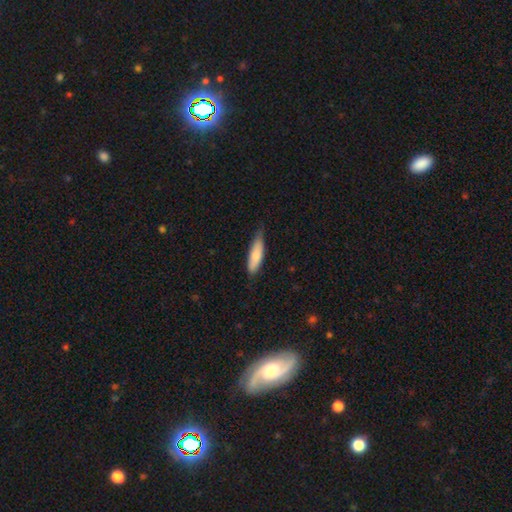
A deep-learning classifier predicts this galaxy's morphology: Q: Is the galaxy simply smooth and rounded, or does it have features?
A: smooth — 79%.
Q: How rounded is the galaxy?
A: cigar-shaped — 57%.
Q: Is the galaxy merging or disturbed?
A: none — 64%.